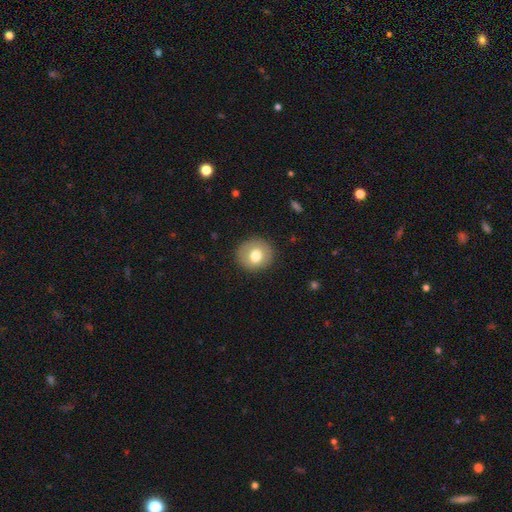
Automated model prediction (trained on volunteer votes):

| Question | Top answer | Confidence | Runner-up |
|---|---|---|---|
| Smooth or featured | smooth | 73% | featured or disk (19%) |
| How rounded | round | 88% | in between (11%) |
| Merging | none | 88% | minor disturbance (8%) |